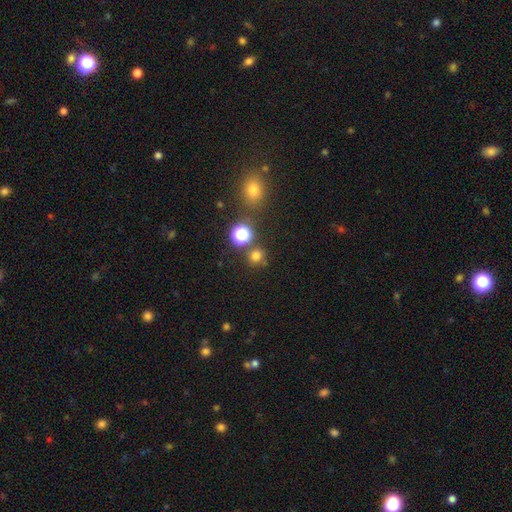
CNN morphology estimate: Smooth or featured? smooth (71%)
How rounded? round (89%)
Merging? none (78%)